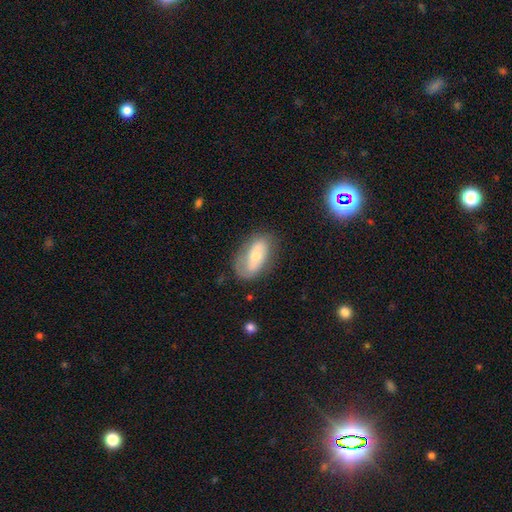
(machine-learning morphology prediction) This is possibly a smooth galaxy (49%). Merging: likely none (67%).